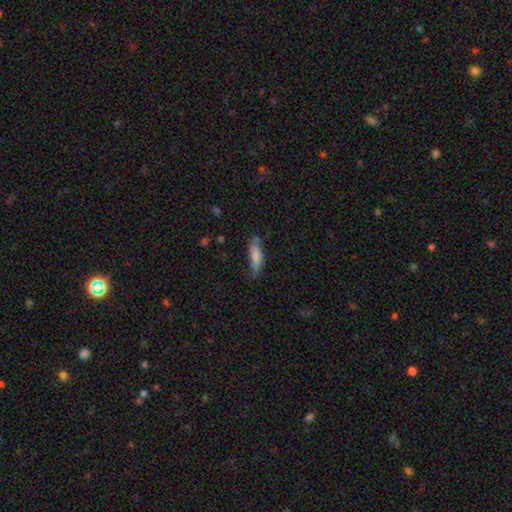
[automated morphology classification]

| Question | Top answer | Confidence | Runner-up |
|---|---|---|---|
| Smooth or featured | smooth | 75% | featured or disk (19%) |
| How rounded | cigar-shaped | 60% | in between (38%) |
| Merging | none | 67% | minor disturbance (26%) |